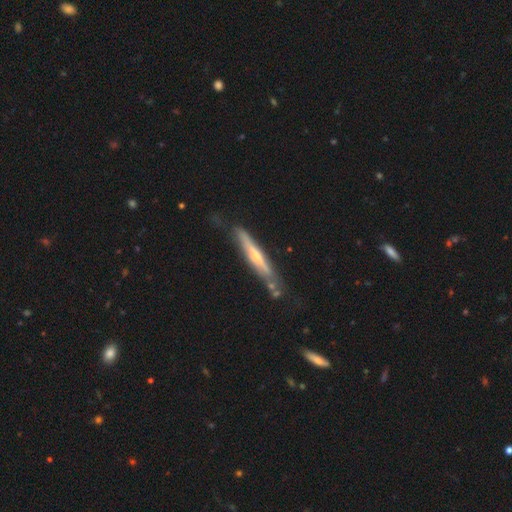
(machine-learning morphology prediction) Smooth or featured? Predicted: featured or disk (p=0.66). Edge-on disk? Predicted: yes (p=0.91). Edge-on bulge? Predicted: rounded (p=0.72). Merging? Predicted: none (p=0.70).